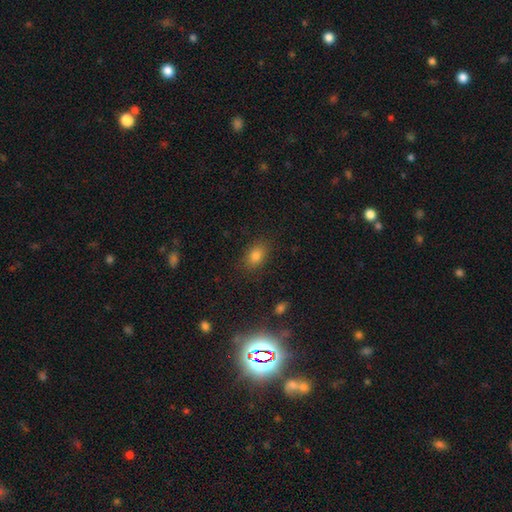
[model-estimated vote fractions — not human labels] Morphology: type=smooth (78%); roundness=in between (78%); merging=none (85%).